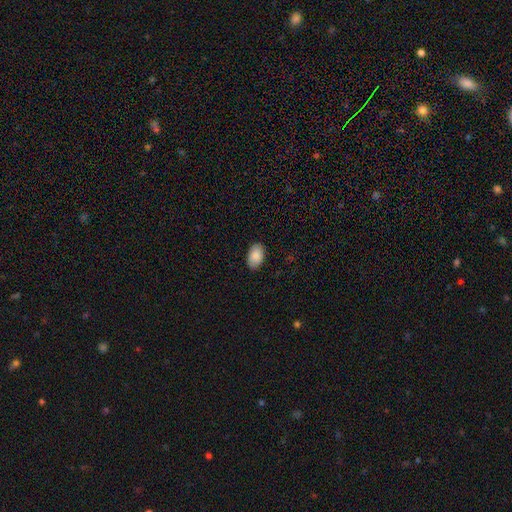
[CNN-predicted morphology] This is clearly a smooth galaxy (87%). How rounded: clearly in between (92%). Merging: clearly none (88%).